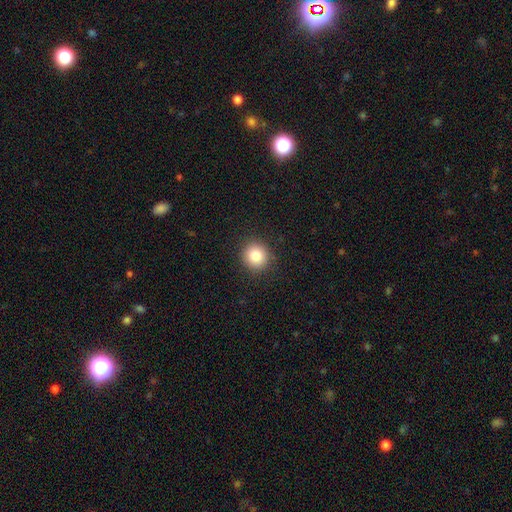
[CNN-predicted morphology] Q: Smooth or featured?
A: smooth (84%); runner-up: star or artifact (10%)
Q: How rounded?
A: round (90%); runner-up: in between (9%)
Q: Merging?
A: none (90%); runner-up: minor disturbance (7%)